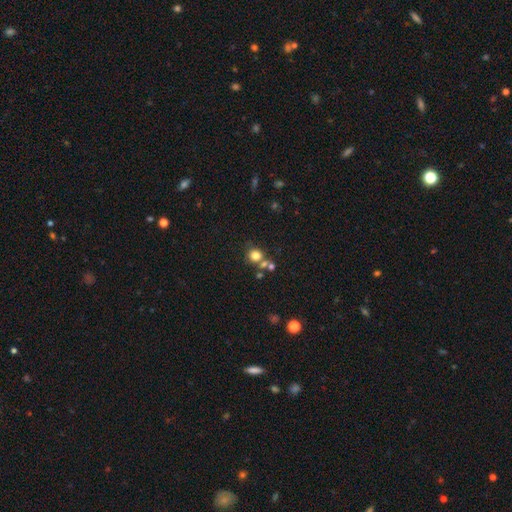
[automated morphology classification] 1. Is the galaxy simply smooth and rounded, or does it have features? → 76% smooth, 15% star or artifact, 9% featured or disk.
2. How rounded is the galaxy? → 86% round, 13% in between, 1% cigar-shaped.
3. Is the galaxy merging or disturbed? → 61% none, 24% merger, 10% minor disturbance, 5% major disturbance.